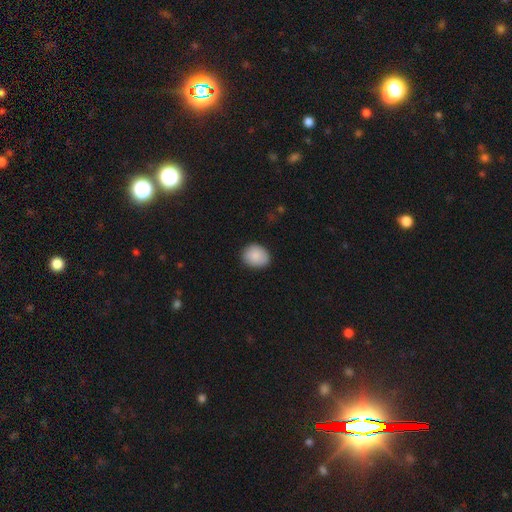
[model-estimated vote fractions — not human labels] The model was most divided on "how rounded": round: 53%, in between: 47%, cigar-shaped: 1%. More confident: smooth or featured — smooth (88%); merging — none (83%).